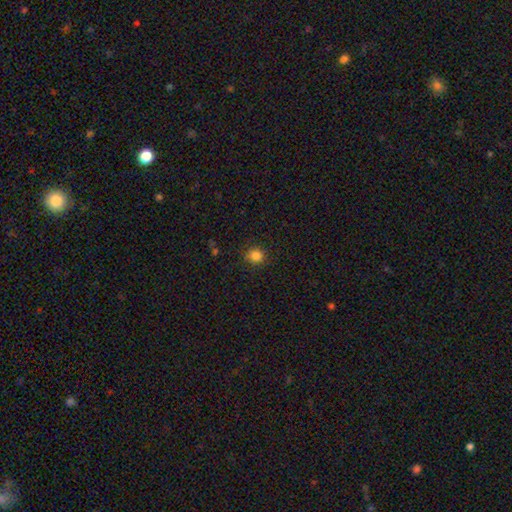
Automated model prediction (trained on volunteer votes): Morphology: type=smooth (83%); roundness=round (89%); merging=none (86%).